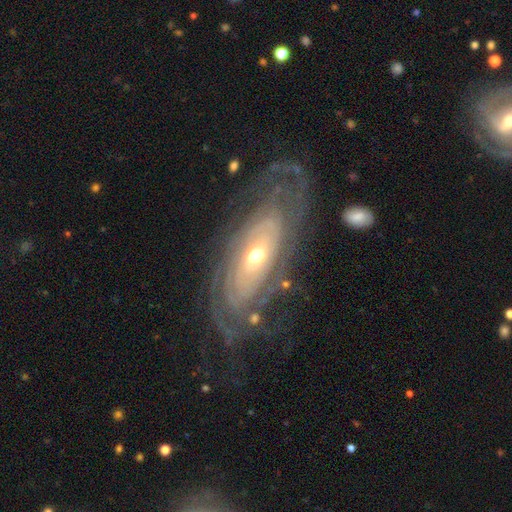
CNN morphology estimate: Smooth or featured? featured or disk (86%)
Edge-on disk? no (90%)
Bar? no (72%)
Spiral arms? yes (90%)
Spiral winding? tight (77%)
Spiral arm count? can't tell (48%)
Bulge size? moderate (56%)
Merging? none (70%)